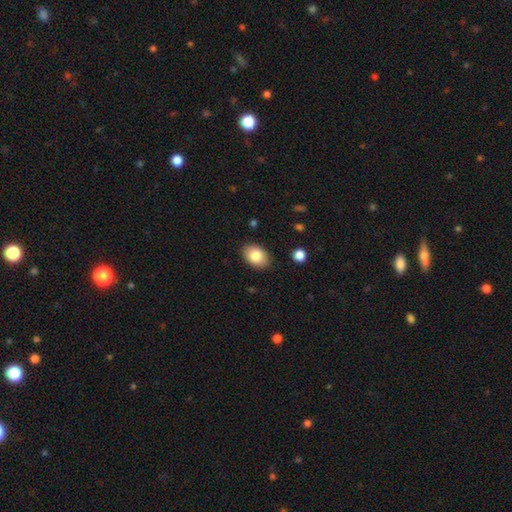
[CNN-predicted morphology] smooth 83%, featured or disk 10%, star or artifact 8%. Down the decision tree: how rounded — in between (81%); merging — none (87%).